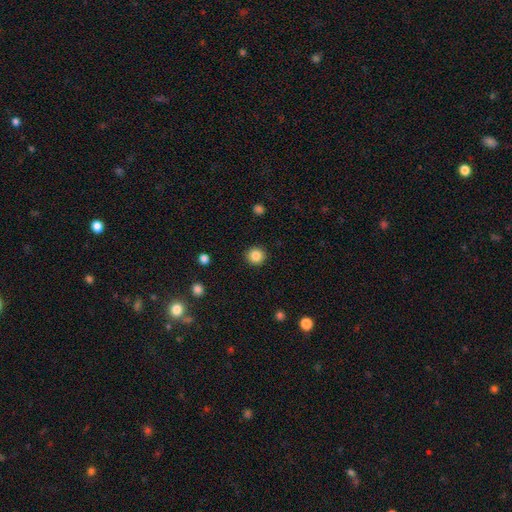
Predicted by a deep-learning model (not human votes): Smooth or featured: smooth — 85% (star or artifact — 10%)
How rounded: round — 94% (in between — 5%)
Merging: none — 92% (minor disturbance — 5%)